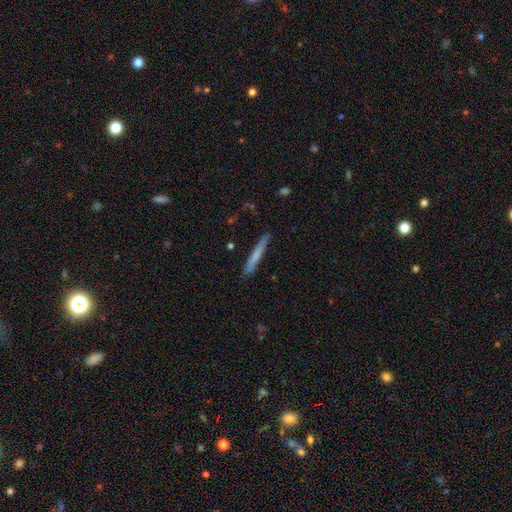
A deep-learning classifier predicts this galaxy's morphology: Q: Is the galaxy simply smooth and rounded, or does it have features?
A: smooth — 63%.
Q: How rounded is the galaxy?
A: cigar-shaped — 96%.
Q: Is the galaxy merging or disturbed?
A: none — 85%.